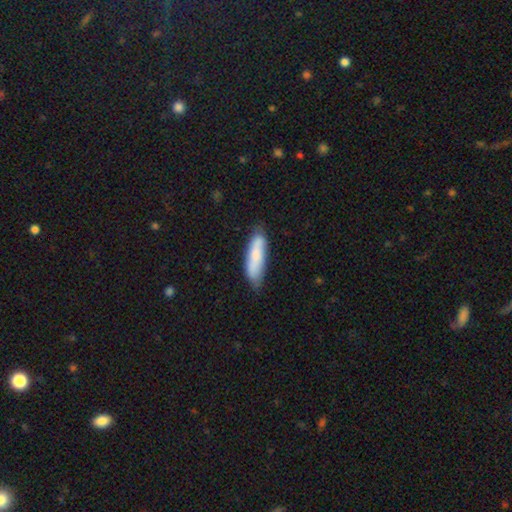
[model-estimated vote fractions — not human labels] Overall: smooth (76%). How rounded: cigar-shaped (59%; in between 39%). Merging: none (69%).